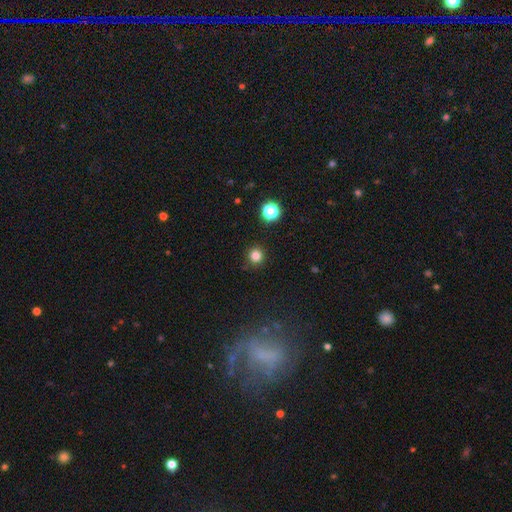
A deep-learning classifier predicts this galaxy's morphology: This appears to be a smooth galaxy with no disk features (81%) that is round (94%). Merging: none (90%).